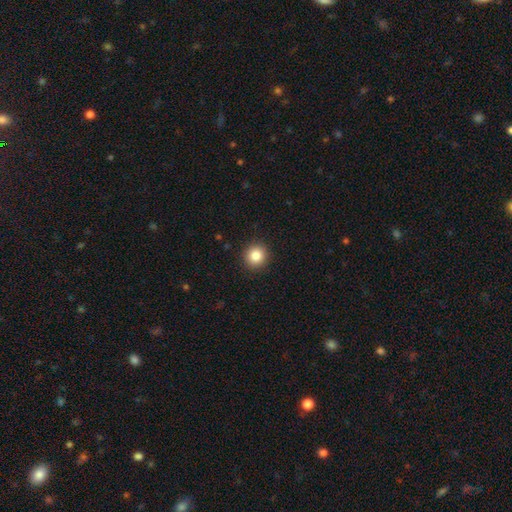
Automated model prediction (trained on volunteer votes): Smooth or featured: smooth — 85% (star or artifact — 10%)
How rounded: round — 92% (in between — 7%)
Merging: none — 92% (minor disturbance — 5%)